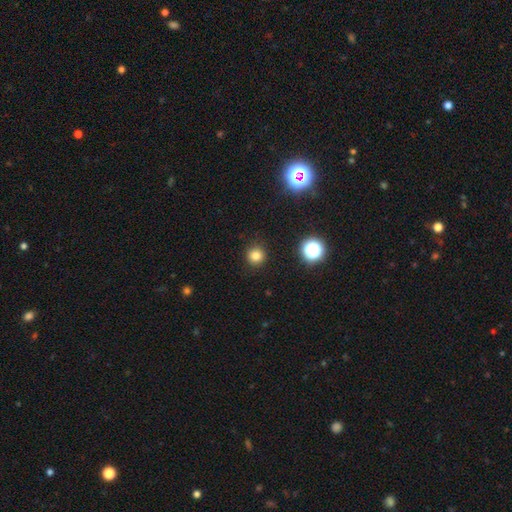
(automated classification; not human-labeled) This appears to be a smooth galaxy with no disk features (80%) that is round (94%). Merging: none (91%).